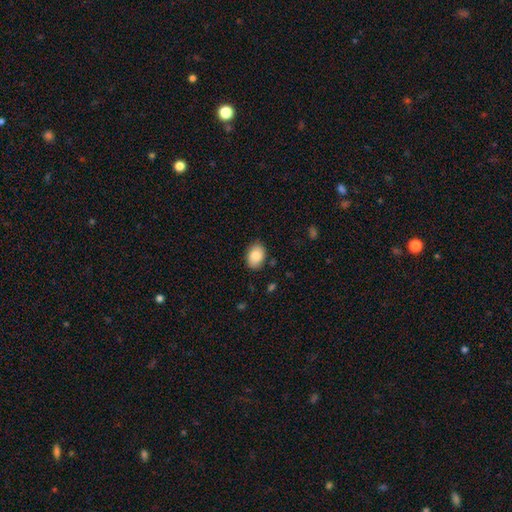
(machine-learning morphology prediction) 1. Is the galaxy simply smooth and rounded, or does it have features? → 85% smooth, 8% featured or disk, 7% star or artifact.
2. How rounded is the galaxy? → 78% in between, 21% round, 1% cigar-shaped.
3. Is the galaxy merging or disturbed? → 84% none, 12% minor disturbance, 2% major disturbance, 1% merger.